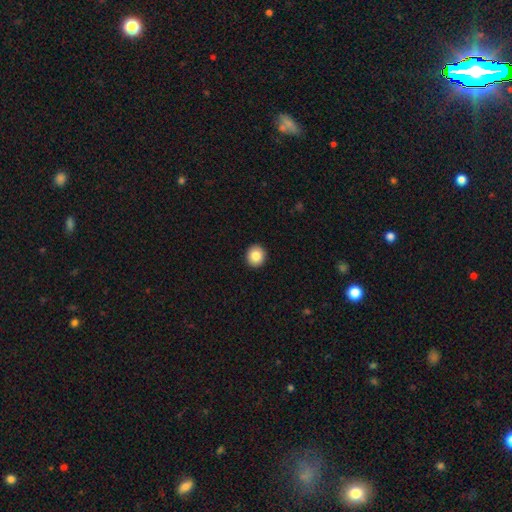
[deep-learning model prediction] This appears to be a smooth galaxy with no disk features (85%) that is round (90%). Merging: none (93%).